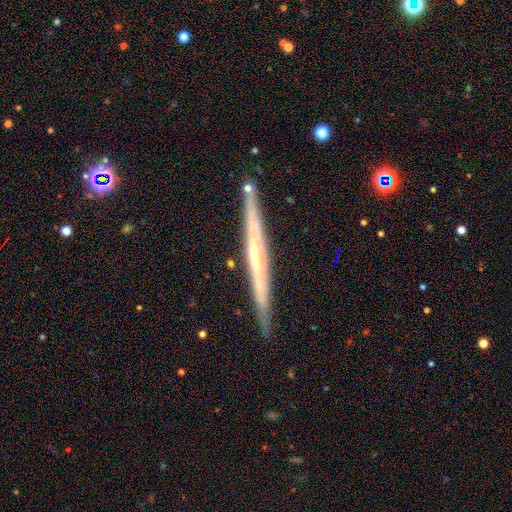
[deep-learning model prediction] A featured or disk galaxy (72%) viewed edge-on (96%) with no central bulge (65%).

Vote fractions:
- Smooth or featured? featured or disk: 72% / smooth: 22% / star or artifact: 7%
- Edge-on disk? yes: 96% / no: 4%
- Edge-on bulge? none: 65% / rounded: 30% / boxy: 5%
- Merging? none: 88% / minor disturbance: 9% / merger: 2% / major disturbance: 1%